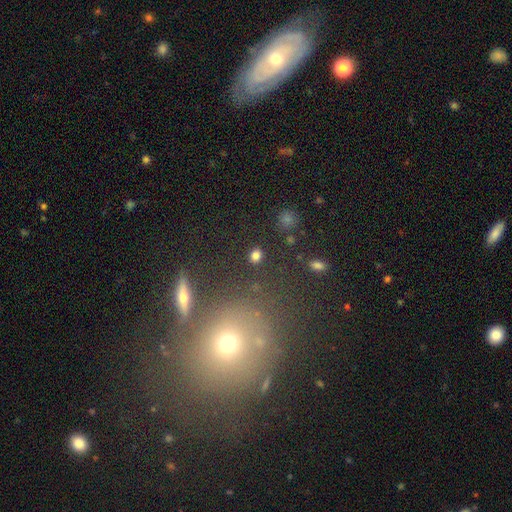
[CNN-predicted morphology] smooth 80%, star or artifact 14%, featured or disk 5%. Down the decision tree: how rounded — round (57%); merging — none (87%).